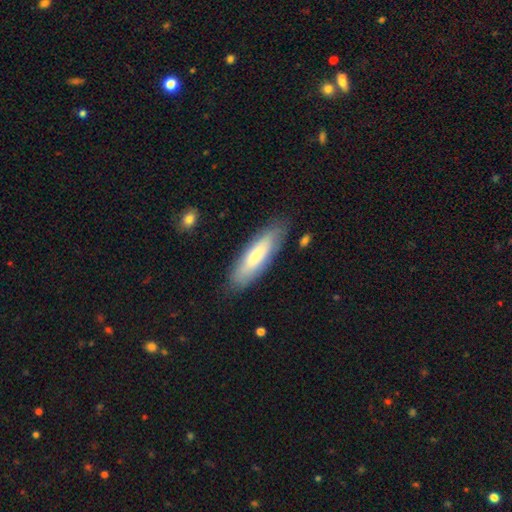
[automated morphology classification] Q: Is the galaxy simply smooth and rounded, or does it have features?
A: smooth — 64%.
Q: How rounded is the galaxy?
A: cigar-shaped — 66%.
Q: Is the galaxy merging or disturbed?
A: none — 85%.